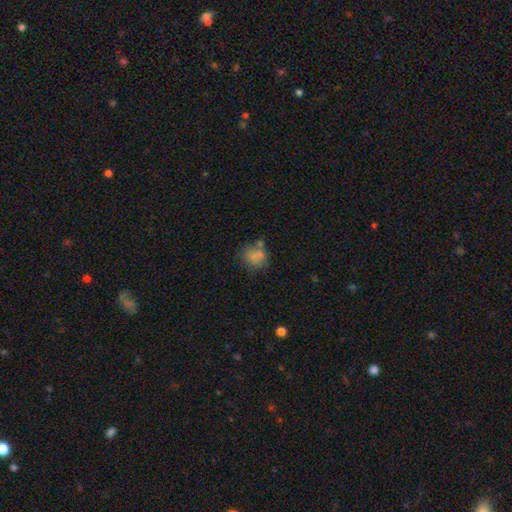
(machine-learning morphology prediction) Smooth or featured?
  - smooth: 67% *
  - featured or disk: 20%
  - star or artifact: 13%
How rounded?
  - round: 64% *
  - in between: 35%
  - cigar-shaped: 1%
Merging?
  - none: 44% *
  - minor disturbance: 21%
  - merger: 21%
  - major disturbance: 14%